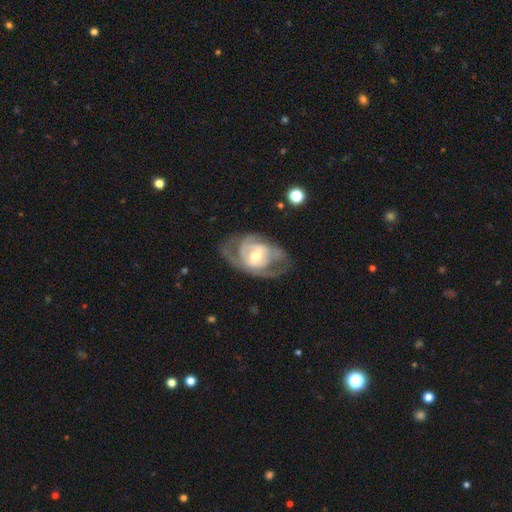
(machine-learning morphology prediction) Overall: featured or disk (78%). Edge-on disk: no (95%). Bar: no (42%; weak 40%). Spiral arms: yes (76%). Spiral arm count: 2 (45%; can't tell 33%). Spiral winding: tight (42%; medium 41%). Bulge size: moderate (61%; small 29%). Merging: none (55%; major disturbance 22%).